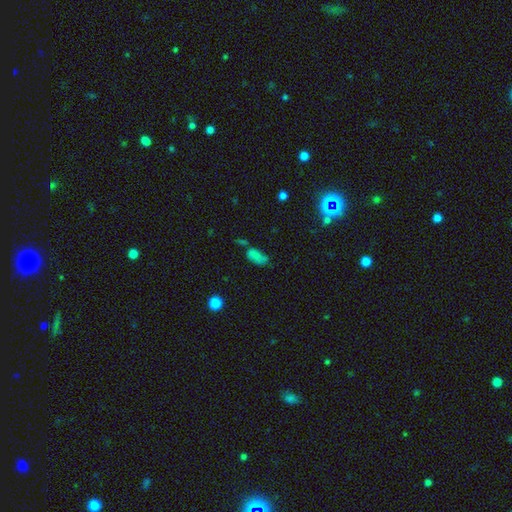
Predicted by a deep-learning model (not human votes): A smooth galaxy with no disk features (72%) that is in between round and cigar-shaped (88%). Merging: none (45%).